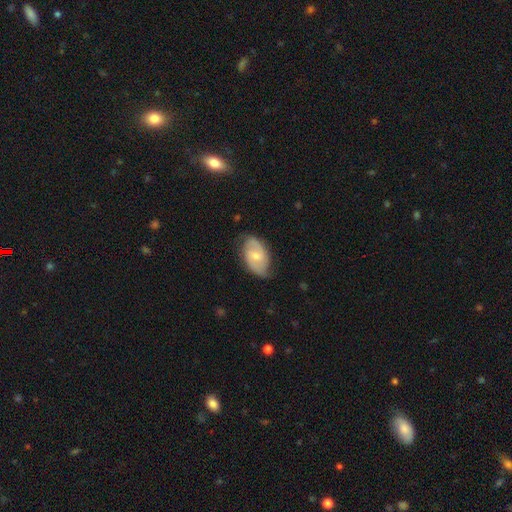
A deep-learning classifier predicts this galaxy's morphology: This is likely a featured or disk galaxy (63%). It is clearly not viewed edge-on (96%). Bar: possibly weak (46%). Spiral arm pattern: clearly yes (88%). Spiral arm count: clearly 2 (81%). Spiral winding: possibly medium (47%). Central bulge: possibly small (49%). Merging: likely none (71%).